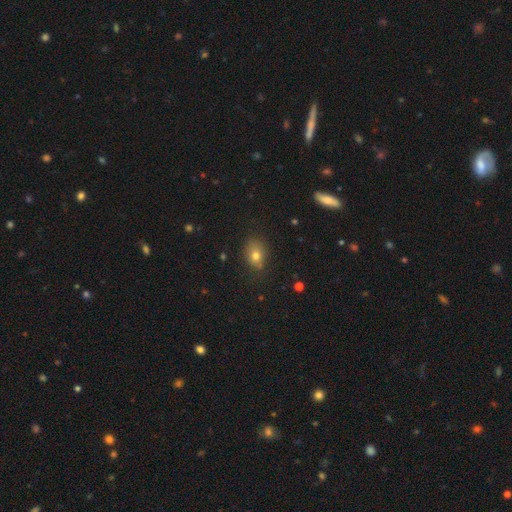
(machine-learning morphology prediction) Smooth or featured? Predicted: smooth (p=0.75). How rounded? Predicted: in between (p=0.61). Merging? Predicted: none (p=0.67).